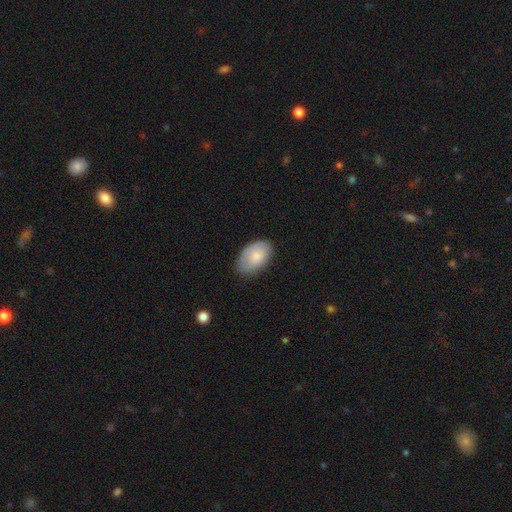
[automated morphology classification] Smooth or featured? Predicted: smooth (p=0.80). How rounded? Predicted: in between (p=0.92). Merging? Predicted: none (p=0.73).